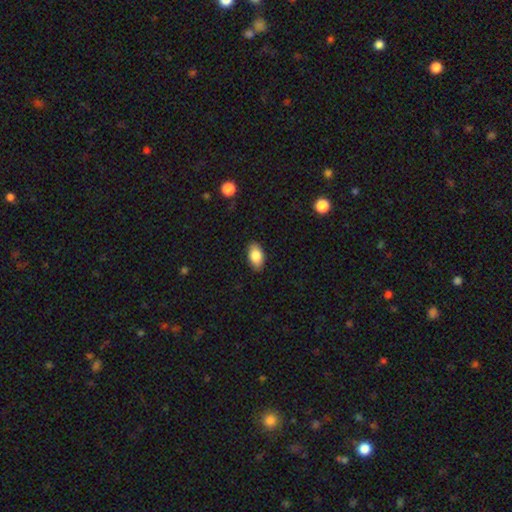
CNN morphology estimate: type=smooth (84%); roundness=in between (93%); merging=none (89%).